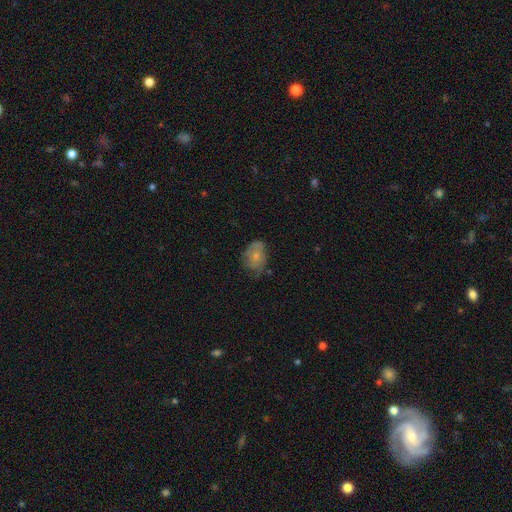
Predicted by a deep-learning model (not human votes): Q: Smooth or featured?
A: smooth (58%); runner-up: featured or disk (33%)
Q: How rounded?
A: in between (73%); runner-up: round (26%)
Q: Merging?
A: none (48%); runner-up: minor disturbance (34%)